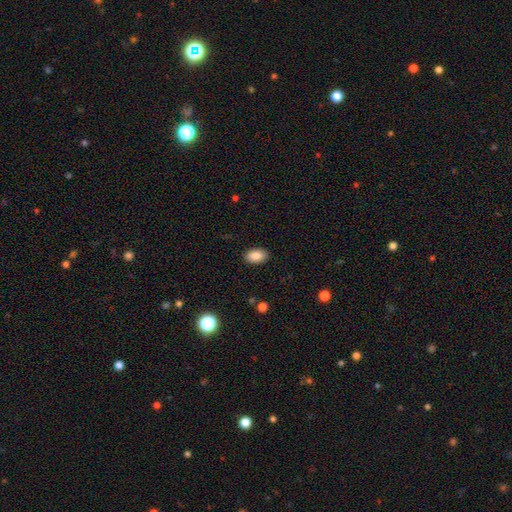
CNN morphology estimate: This is clearly a smooth galaxy (86%). How rounded: clearly in between (90%). Merging: clearly none (89%).